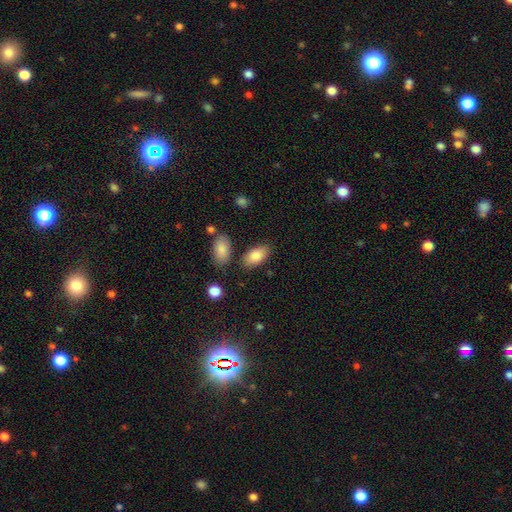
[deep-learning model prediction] Smooth or featured?
  - smooth: 83% *
  - featured or disk: 10%
  - star or artifact: 7%
How rounded?
  - in between: 93% *
  - cigar-shaped: 4%
  - round: 3%
Merging?
  - none: 78% *
  - minor disturbance: 12%
  - merger: 6%
  - major disturbance: 3%